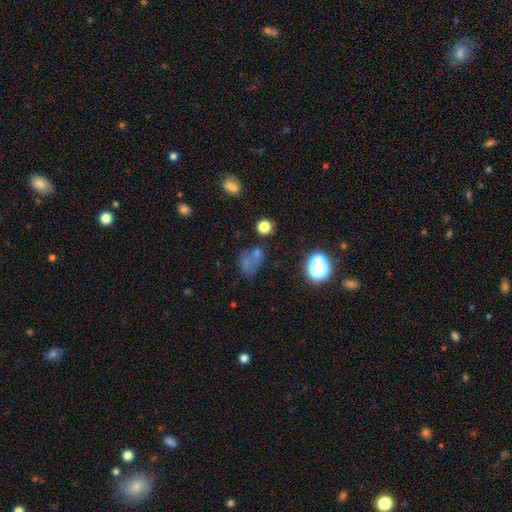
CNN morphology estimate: Smooth or featured?
  - smooth: 58% *
  - star or artifact: 25%
  - featured or disk: 17%
How rounded?
  - in between: 54% *
  - round: 44%
  - cigar-shaped: 2%
Merging?
  - none: 42% *
  - merger: 24%
  - minor disturbance: 18%
  - major disturbance: 17%